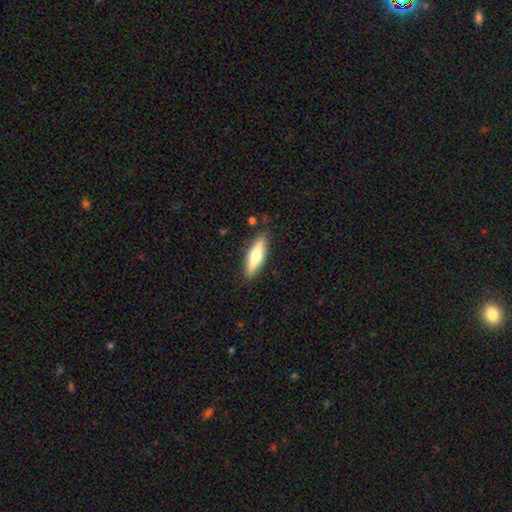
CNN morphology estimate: smooth 48%, featured or disk 46%, star or artifact 6%. Down the decision tree: merging — none (87%).